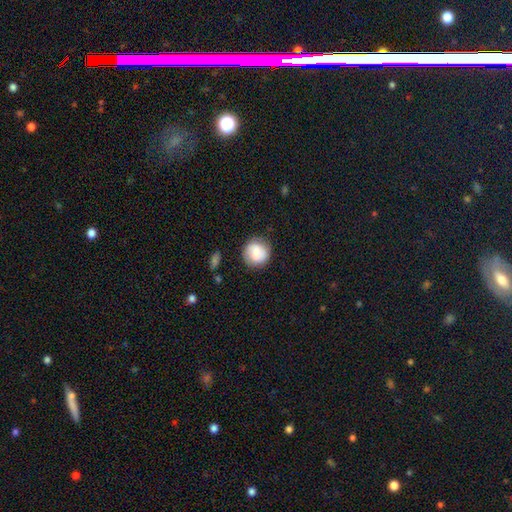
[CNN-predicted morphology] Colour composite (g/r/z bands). It shows a smooth galaxy with no disk features (68%) that is round (88%). Merging: none (79%).